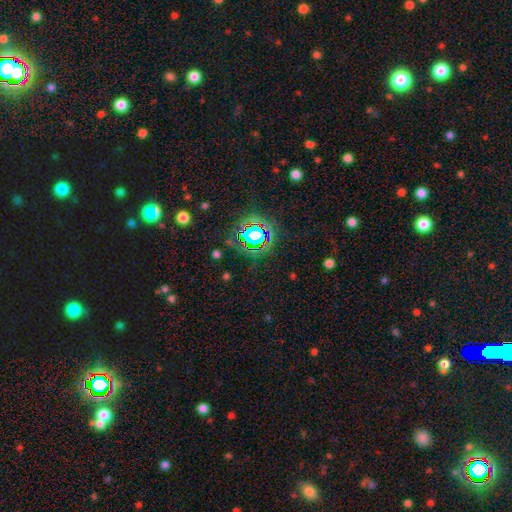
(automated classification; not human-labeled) Q: Smooth or featured?
A: star or artifact (79%); runner-up: smooth (13%)